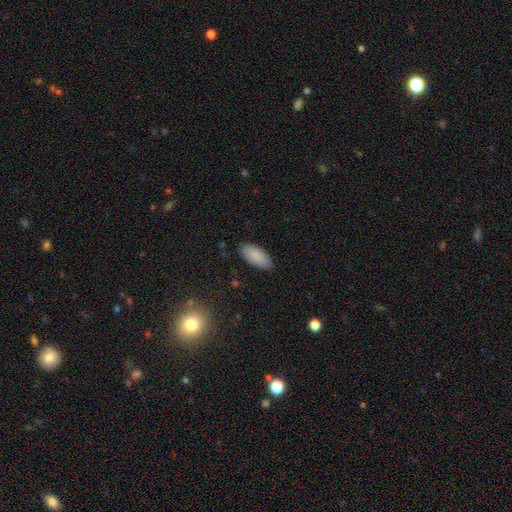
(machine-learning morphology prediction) This is clearly a smooth galaxy (89%). How rounded: clearly in between (89%). Merging: clearly none (86%).